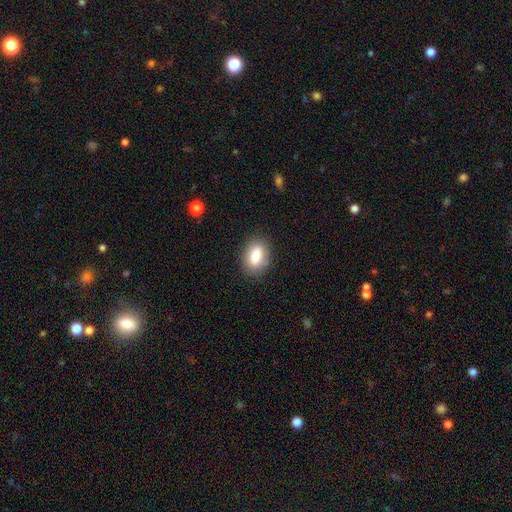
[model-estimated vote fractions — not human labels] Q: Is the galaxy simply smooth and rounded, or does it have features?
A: smooth — 83%.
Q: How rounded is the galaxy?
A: in between — 84%.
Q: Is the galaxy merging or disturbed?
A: none — 86%.